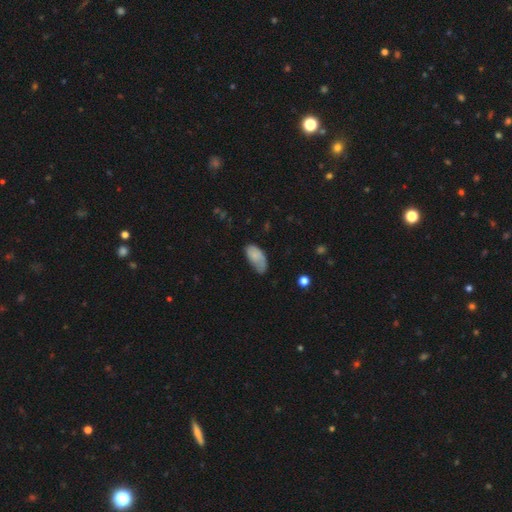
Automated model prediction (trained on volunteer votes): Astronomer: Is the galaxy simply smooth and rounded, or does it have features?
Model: smooth — 76%.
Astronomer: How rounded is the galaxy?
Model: in between — 93%.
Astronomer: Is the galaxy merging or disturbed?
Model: minor disturbance — 39%, tied with none at 39%.